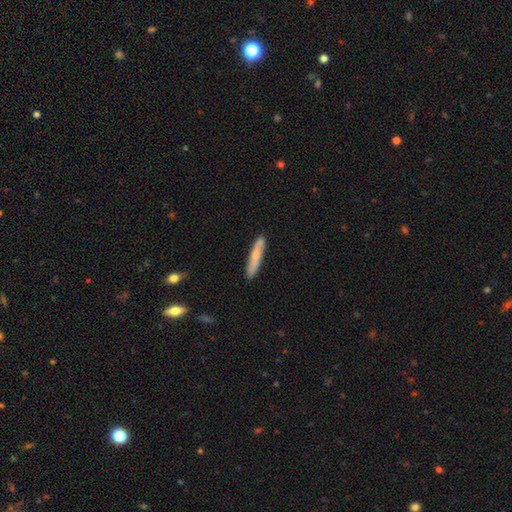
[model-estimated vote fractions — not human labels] Smooth or featured?
  - smooth: 67% *
  - featured or disk: 28%
  - star or artifact: 5%
How rounded?
  - cigar-shaped: 92% *
  - in between: 6%
  - round: 1%
Merging?
  - none: 84% *
  - minor disturbance: 12%
  - merger: 3%
  - major disturbance: 2%